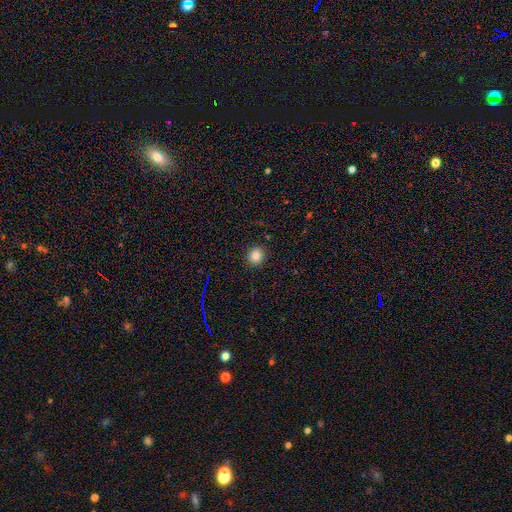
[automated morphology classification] smooth_or_featured: smooth (p=0.84) [alt: star or artifact p=0.11]
how_rounded: round (p=0.89) [alt: in between p=0.10]
merging: none (p=0.91) [alt: minor disturbance p=0.06]